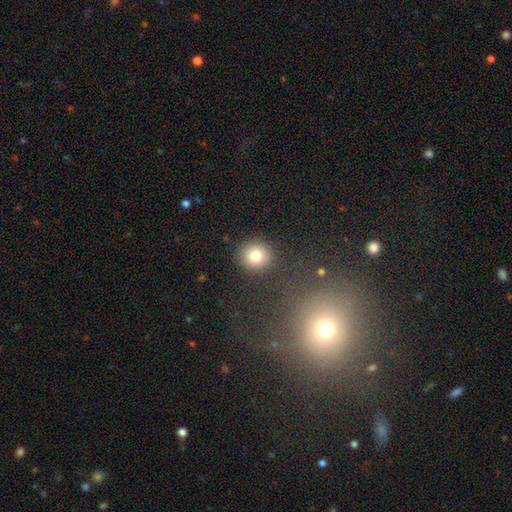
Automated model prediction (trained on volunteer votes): Smooth or featured: smooth — 79% (star or artifact — 12%)
How rounded: round — 91% (in between — 8%)
Merging: none — 89% (minor disturbance — 6%)